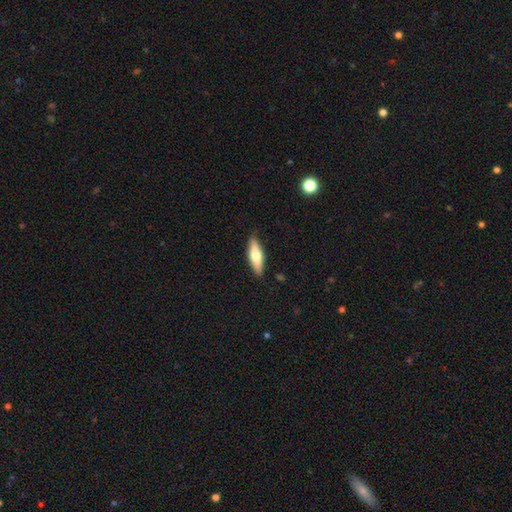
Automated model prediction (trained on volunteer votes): smooth-or-featured: smooth: 59% | featured or disk: 36% | star or artifact: 6%
  how-rounded: cigar-shaped: 51% | in between: 47% | round: 2%
  merging: none: 87% | minor disturbance: 10% | major disturbance: 2% | merger: 1%